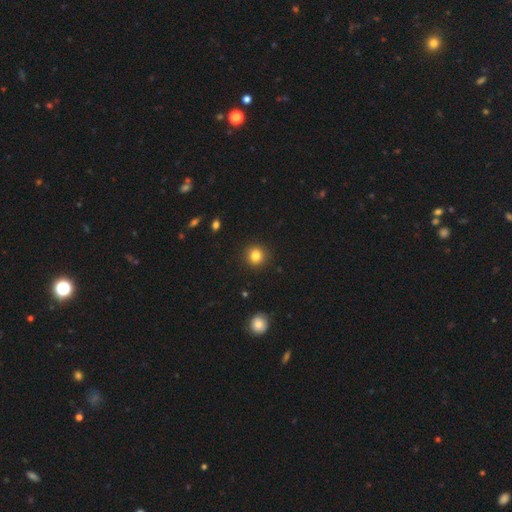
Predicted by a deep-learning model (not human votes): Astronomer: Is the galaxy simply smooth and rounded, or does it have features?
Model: smooth — 83%.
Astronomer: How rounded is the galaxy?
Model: round — 91%.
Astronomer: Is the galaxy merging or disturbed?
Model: none — 92%.